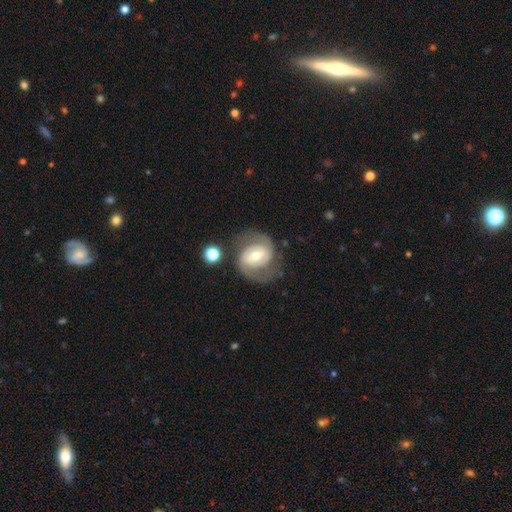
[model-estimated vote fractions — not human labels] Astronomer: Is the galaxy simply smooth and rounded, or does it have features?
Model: featured or disk — 81%.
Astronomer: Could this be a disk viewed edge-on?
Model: no — 97%.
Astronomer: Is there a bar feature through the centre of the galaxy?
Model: weak — 48% (runner-up: strong, 26%).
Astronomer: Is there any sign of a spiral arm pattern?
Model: yes — 92%.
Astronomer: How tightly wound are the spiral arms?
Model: medium — 49% (runner-up: tight, 36%).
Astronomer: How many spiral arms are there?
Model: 2 — 88%.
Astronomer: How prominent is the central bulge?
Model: moderate — 66%.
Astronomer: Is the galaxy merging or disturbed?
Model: none — 70%.